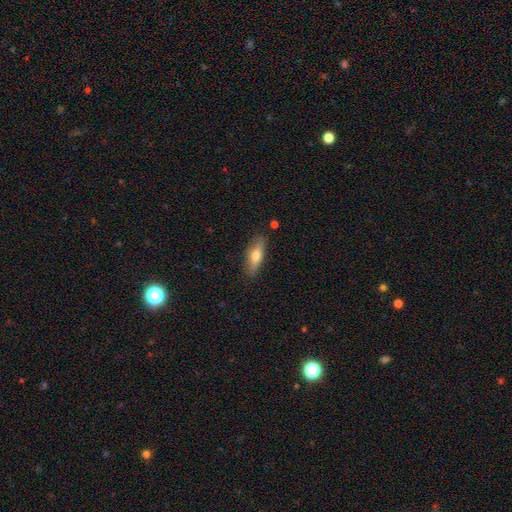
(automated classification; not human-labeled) Morphology: type=smooth (57%); roundness=cigar-shaped (55%); merging=none (84%).